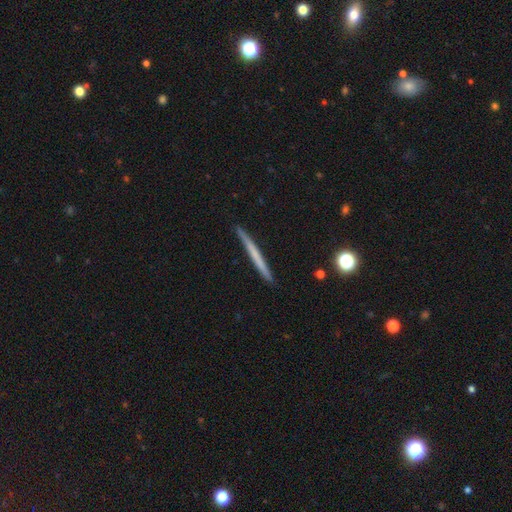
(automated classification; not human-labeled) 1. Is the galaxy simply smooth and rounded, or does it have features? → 52% smooth, 42% featured or disk, 6% star or artifact.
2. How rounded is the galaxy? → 97% cigar-shaped, 2% in between, 1% round.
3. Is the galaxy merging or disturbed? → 90% none, 7% minor disturbance, 1% major disturbance, 1% merger.